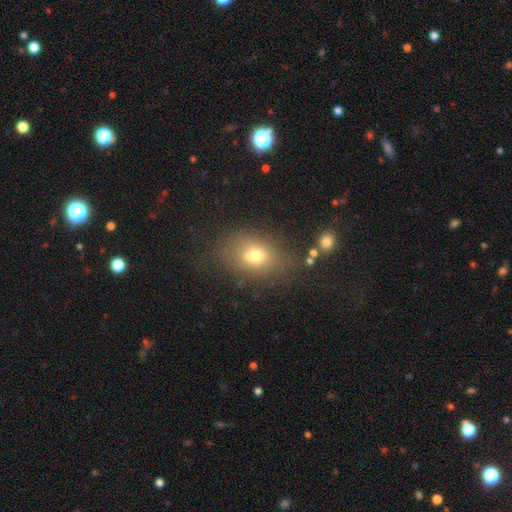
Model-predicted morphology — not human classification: This appears to be a smooth galaxy with no disk features (63%) that is in between round and cigar-shaped (67%). Merging: none (52%).